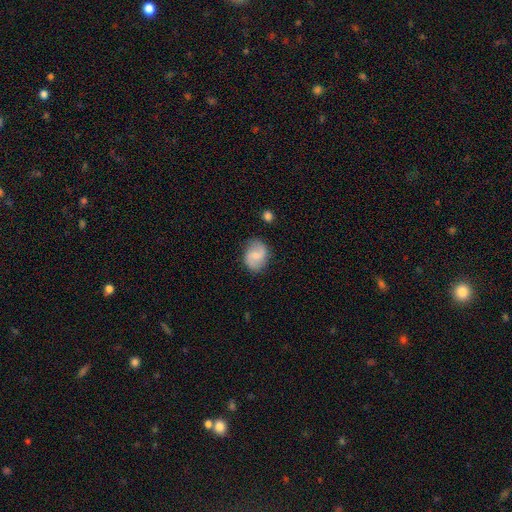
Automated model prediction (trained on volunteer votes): smooth-or-featured: featured or disk: 60% | smooth: 33% | star or artifact: 7%
  disk-edge-on: no: 98% | yes: 2%
    bar: weak: 46% | no: 44% | strong: 10%
    has-spiral-arms: yes: 91% | no: 9%
      spiral-winding: loose: 43% | medium: 42% | tight: 15%
      spiral-arm-count: 2: 89% | can't tell: 6% | 1: 2% | 3: 1% | 4: 1% | more than 4: 1%
    bulge-size: small: 53% | moderate: 33% | none: 11% | large: 2% | dominant: 1%
  merging: none: 79% | minor disturbance: 15% | major disturbance: 4% | merger: 2%